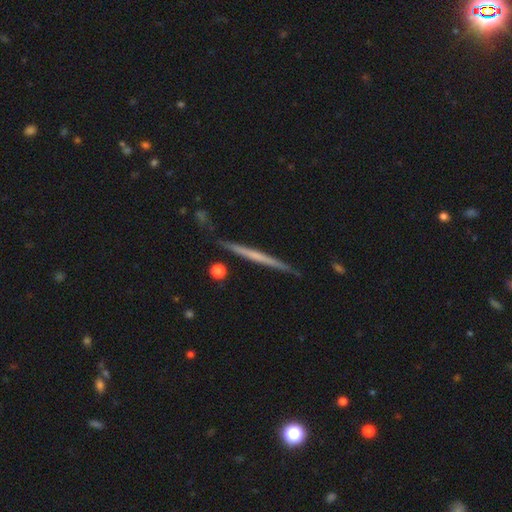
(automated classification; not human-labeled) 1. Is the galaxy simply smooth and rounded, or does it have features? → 59% featured or disk, 36% smooth, 5% star or artifact.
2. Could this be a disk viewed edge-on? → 97% yes, 3% no.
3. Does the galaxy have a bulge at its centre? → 84% none, 11% rounded, 5% boxy.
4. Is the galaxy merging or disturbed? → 87% none, 10% minor disturbance, 2% merger, 2% major disturbance.